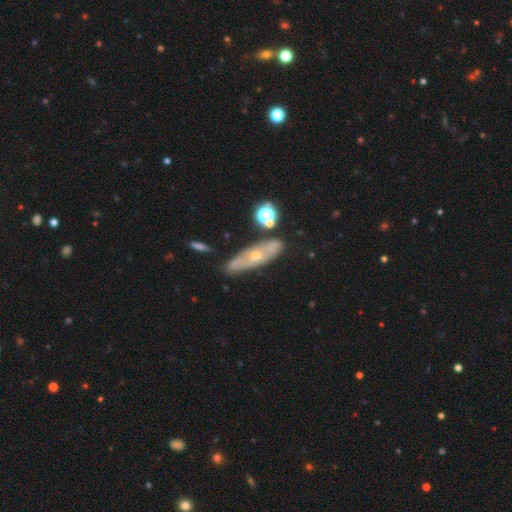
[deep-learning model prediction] Smooth or featured: featured or disk — 60% (smooth — 31%)
Edge-on disk: no — 65% (yes — 35%)
Merging: none — 74% (minor disturbance — 16%)